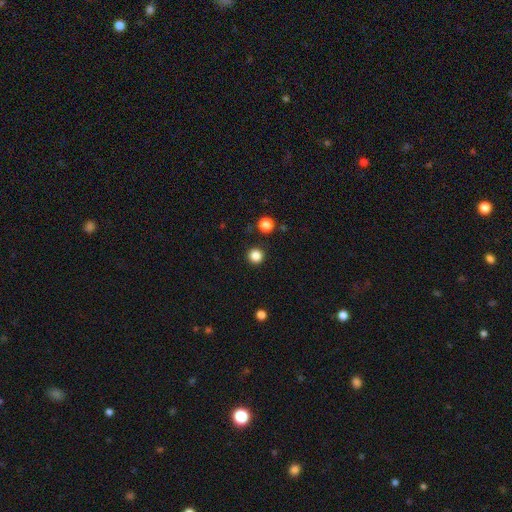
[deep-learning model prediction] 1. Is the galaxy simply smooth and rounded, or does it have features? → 85% smooth, 12% star or artifact, 3% featured or disk.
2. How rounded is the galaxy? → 95% round, 4% in between, 1% cigar-shaped.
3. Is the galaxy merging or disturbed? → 92% none, 5% minor disturbance, 2% major disturbance, 2% merger.